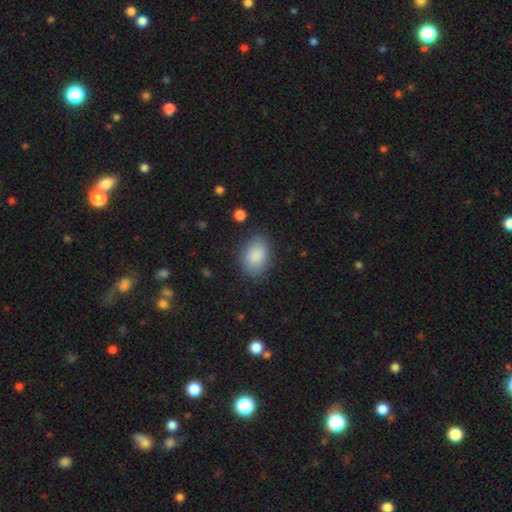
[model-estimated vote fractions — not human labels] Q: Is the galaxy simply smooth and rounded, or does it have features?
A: smooth — 87%.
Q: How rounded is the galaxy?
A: in between — 81%.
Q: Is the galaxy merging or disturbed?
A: none — 82%.